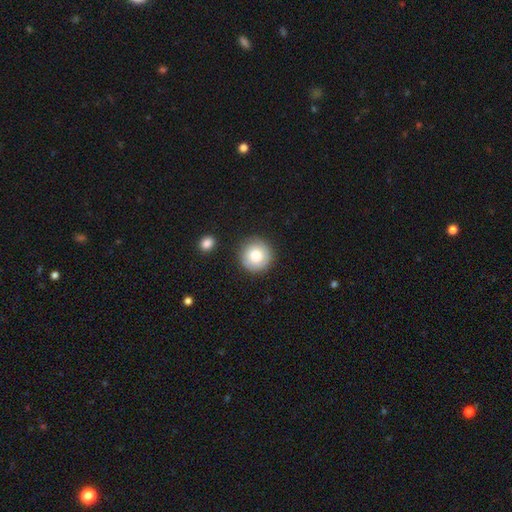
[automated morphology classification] Overall: smooth (80%). How rounded: round (95%). Merging: none (87%).